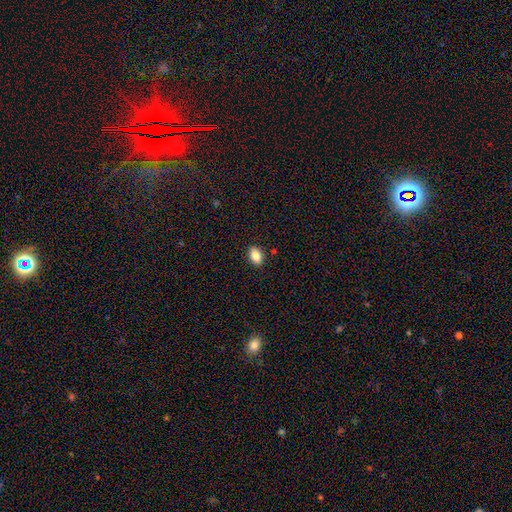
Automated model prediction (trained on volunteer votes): Q: Smooth or featured?
A: smooth (85%); runner-up: star or artifact (9%)
Q: How rounded?
A: in between (85%); runner-up: round (14%)
Q: Merging?
A: none (89%); runner-up: minor disturbance (8%)